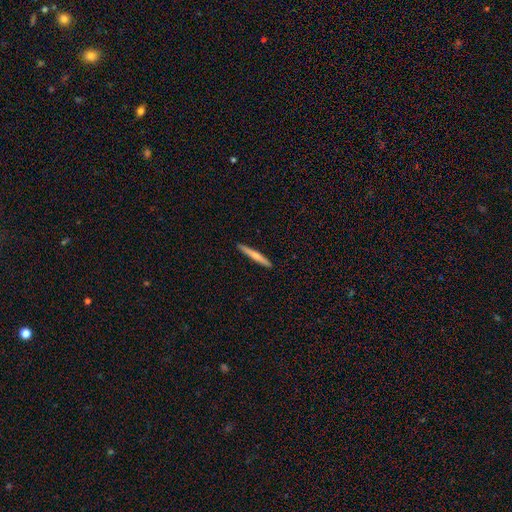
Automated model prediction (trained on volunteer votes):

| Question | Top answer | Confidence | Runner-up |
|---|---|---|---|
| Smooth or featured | smooth | 62% | featured or disk (33%) |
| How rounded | cigar-shaped | 96% | in between (3%) |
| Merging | none | 91% | minor disturbance (6%) |